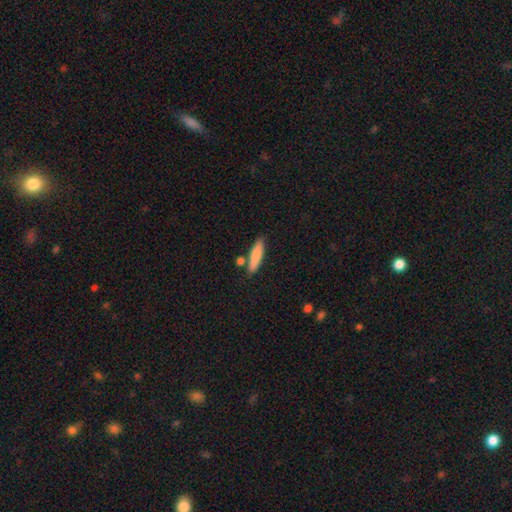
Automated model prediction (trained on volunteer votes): smooth-or-featured: smooth: 82% | featured or disk: 12% | star or artifact: 6%
  how-rounded: cigar-shaped: 77% | in between: 21% | round: 2%
  merging: none: 74% | minor disturbance: 13% | merger: 10% | major disturbance: 3%